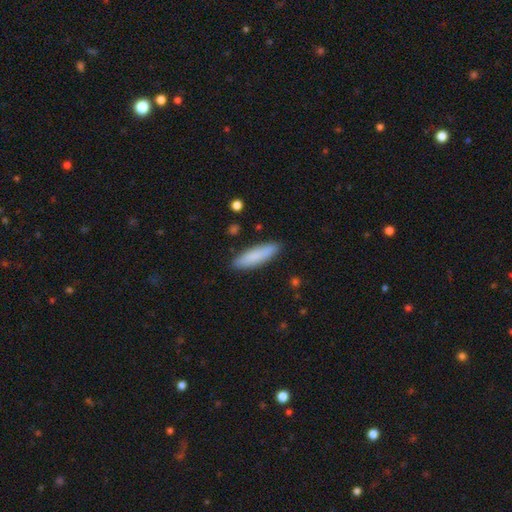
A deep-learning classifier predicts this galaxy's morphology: Smooth or featured?
  - smooth: 84% *
  - featured or disk: 10%
  - star or artifact: 6%
How rounded?
  - cigar-shaped: 68% *
  - in between: 30%
  - round: 1%
Merging?
  - none: 87% *
  - minor disturbance: 9%
  - major disturbance: 2%
  - merger: 1%